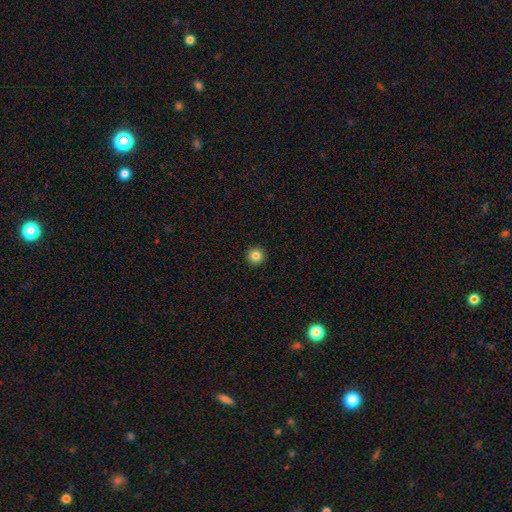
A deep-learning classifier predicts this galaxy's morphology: Overall: smooth (84%). How rounded: round (96%). Merging: none (94%).